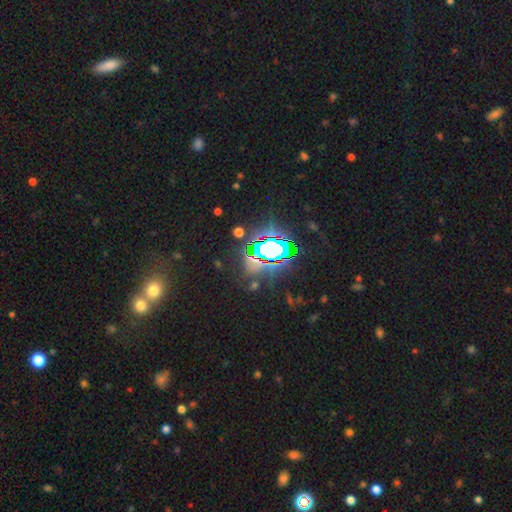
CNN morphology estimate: Smooth or featured?
  - star or artifact: 69% *
  - smooth: 17%
  - featured or disk: 14%